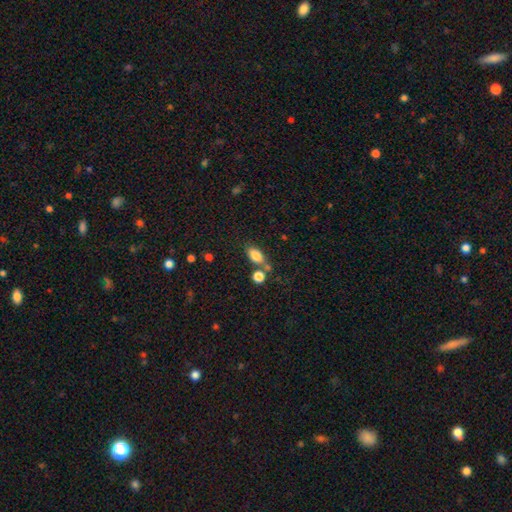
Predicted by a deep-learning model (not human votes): smooth-or-featured: smooth: 82% | star or artifact: 9% | featured or disk: 9%
  how-rounded: in between: 87% | round: 8% | cigar-shaped: 5%
  merging: none: 62% | merger: 21% | minor disturbance: 13% | major disturbance: 4%